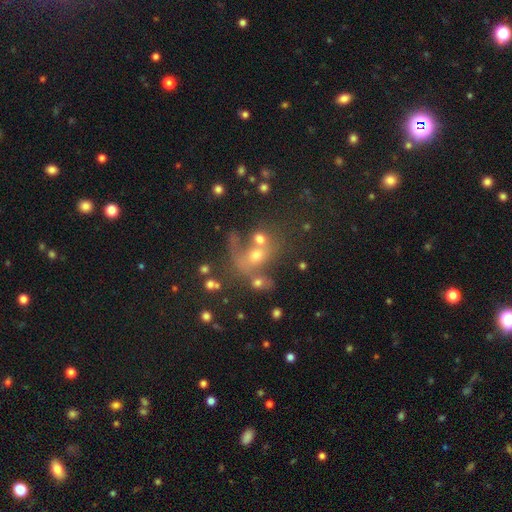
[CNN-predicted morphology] smooth-or-featured: smooth: 54% | featured or disk: 26% | star or artifact: 20%
  how-rounded: in between: 50% | round: 48% | cigar-shaped: 2%
  merging: merger: 53% | none: 22% | major disturbance: 16% | minor disturbance: 9%